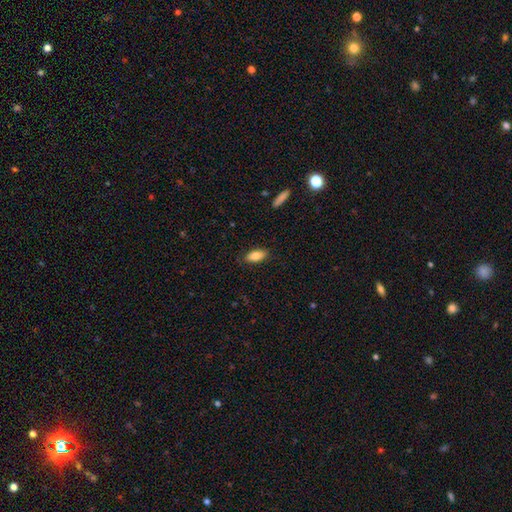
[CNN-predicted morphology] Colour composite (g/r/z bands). It shows a smooth galaxy with no disk features (85%) that is in between round and cigar-shaped (86%). Merging: none (85%).